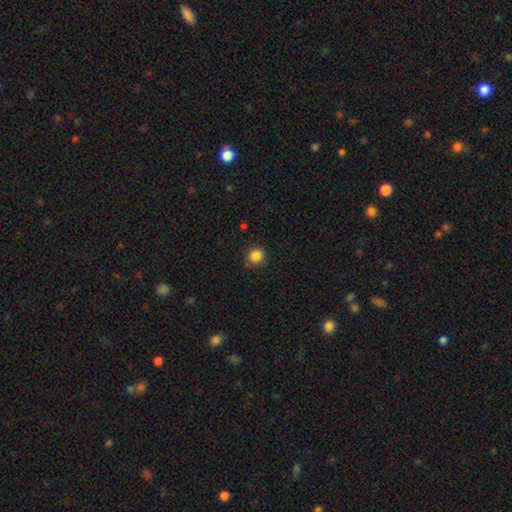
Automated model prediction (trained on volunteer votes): The model was most divided on "merging": none: 80%, minor disturbance: 15%, major disturbance: 3%, merger: 1%. More confident: how rounded — round (87%); smooth or featured — smooth (86%).